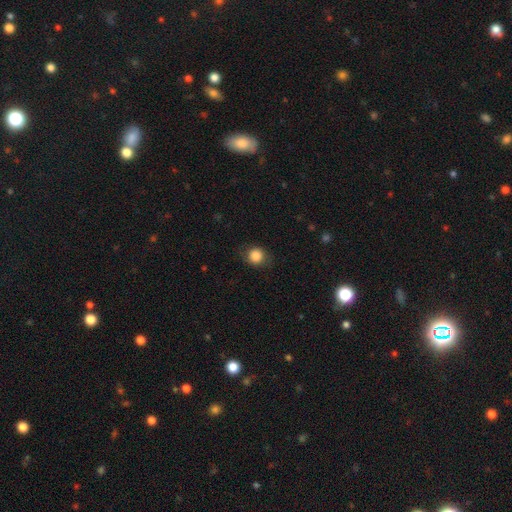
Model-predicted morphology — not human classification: A smooth galaxy with no disk features (85%) that is round (84%).

Vote fractions:
- Smooth or featured? smooth: 85% / star or artifact: 9% / featured or disk: 6%
- How rounded? round: 84% / in between: 15% / cigar-shaped: 1%
- Merging? none: 80% / minor disturbance: 14% / major disturbance: 5% / merger: 1%